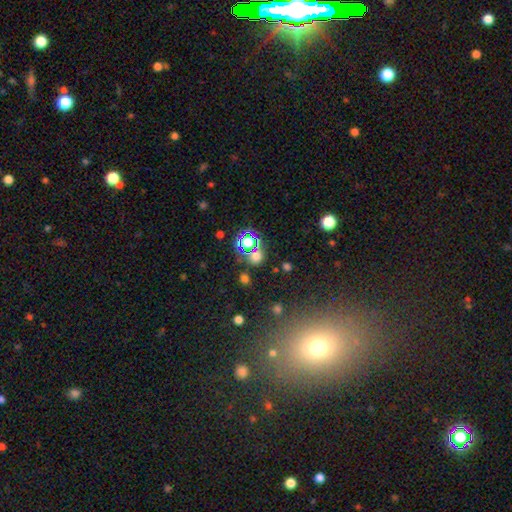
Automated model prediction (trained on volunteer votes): Smooth or featured? smooth (50%)
Merging? none (75%)